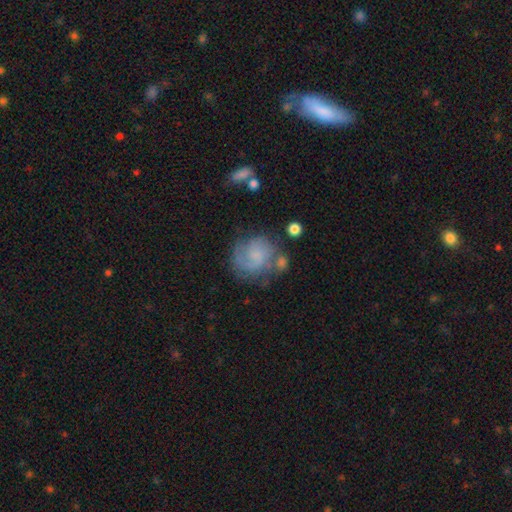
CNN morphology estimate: A featured or disk galaxy (58%) with no bar (67%), spiral arms (85%) and no central bulge (42%).

Vote fractions:
- Smooth or featured? featured or disk: 58% / smooth: 33% / star or artifact: 9%
- Edge-on disk? no: 98% / yes: 2%
- Bar? no: 67% / weak: 29% / strong: 4%
- Spiral arms? yes: 85% / no: 15%
- Bulge size? none: 42% / small: 40% / moderate: 14% / large: 3% / dominant: 1%
- Merging? none: 56% / minor disturbance: 21% / major disturbance: 15% / merger: 8%